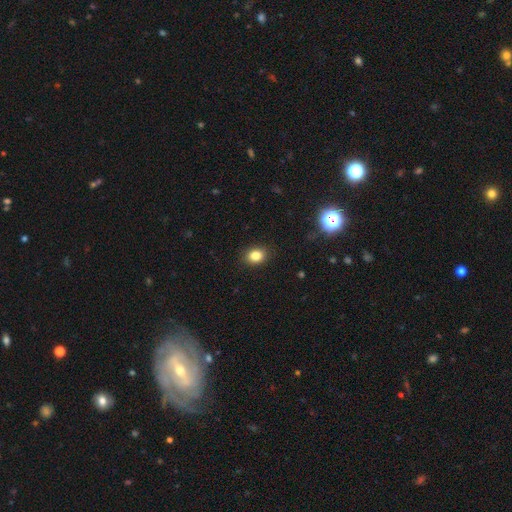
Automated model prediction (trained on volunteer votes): A smooth galaxy with no disk features (83%) that is in between round and cigar-shaped (58%).

Vote fractions:
- Smooth or featured? smooth: 83% / star or artifact: 11% / featured or disk: 5%
- How rounded? in between: 58% / round: 41% / cigar-shaped: 1%
- Merging? none: 89% / minor disturbance: 8% / major disturbance: 2% / merger: 1%